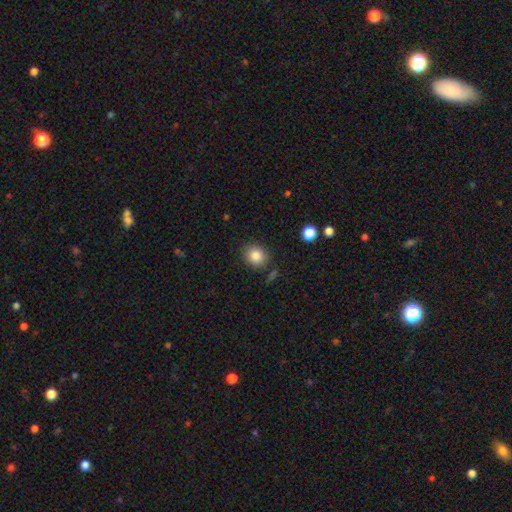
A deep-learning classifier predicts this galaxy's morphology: Overall: smooth (85%). How rounded: round (75%). Merging: none (84%).